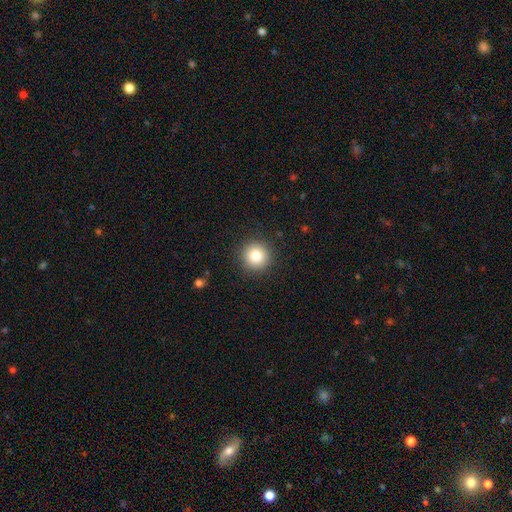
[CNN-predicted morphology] smooth 85%, star or artifact 10%, featured or disk 6%. Down the decision tree: how rounded — round (95%); merging — none (91%).